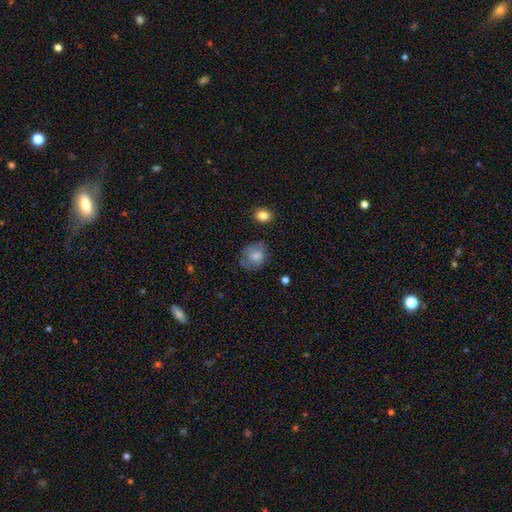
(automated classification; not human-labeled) Smooth or featured? Predicted: smooth (p=0.75). How rounded? Predicted: round (p=0.67). Merging? Predicted: none (p=0.61).